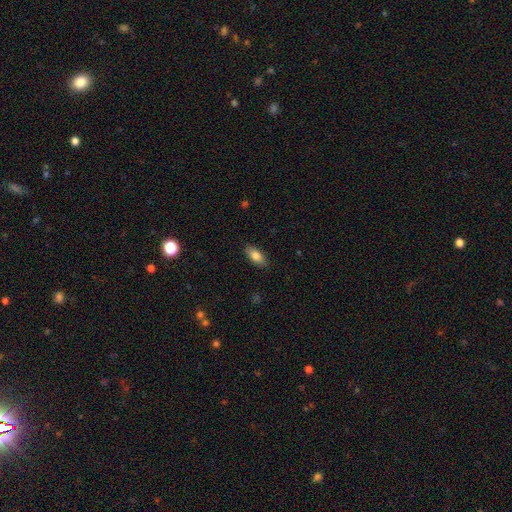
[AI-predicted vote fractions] This appears to be a smooth galaxy with no disk features (81%) that is in between round and cigar-shaped (86%). Merging: none (87%).